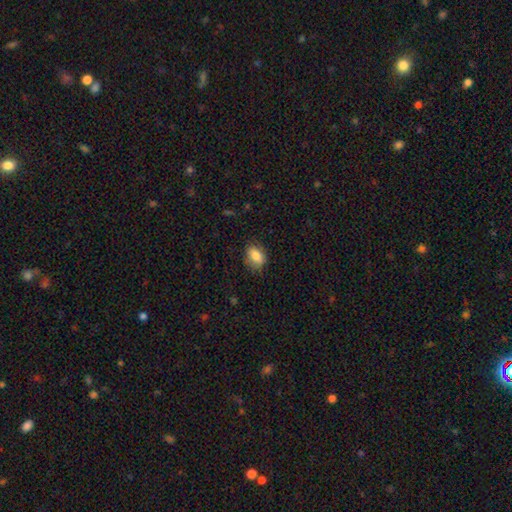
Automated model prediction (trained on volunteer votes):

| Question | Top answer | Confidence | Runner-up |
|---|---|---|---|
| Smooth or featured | smooth | 83% | featured or disk (8%) |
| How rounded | in between | 77% | round (21%) |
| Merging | none | 78% | minor disturbance (17%) |